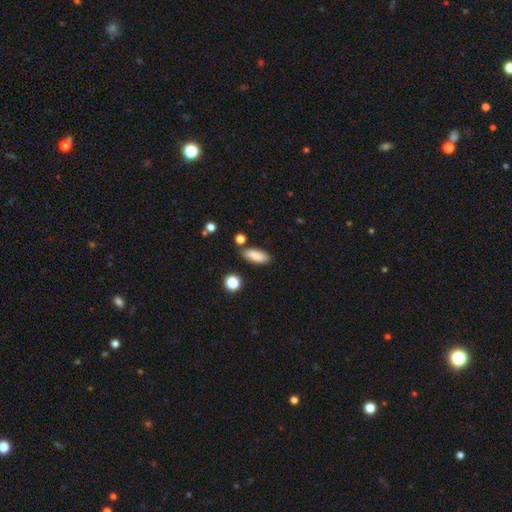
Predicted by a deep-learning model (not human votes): Overall: smooth (85%). How rounded: in between (73%). Merging: none (81%).